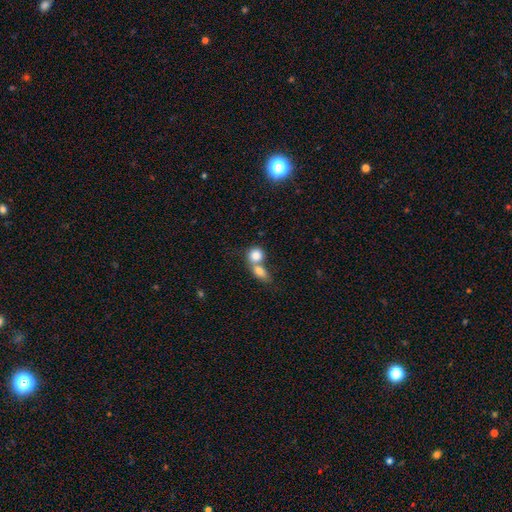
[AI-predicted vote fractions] smooth-or-featured: smooth: 81% | featured or disk: 11% | star or artifact: 8%
  how-rounded: round: 63% | in between: 34% | cigar-shaped: 2%
  merging: merger: 65% | none: 25% | minor disturbance: 6% | major disturbance: 4%